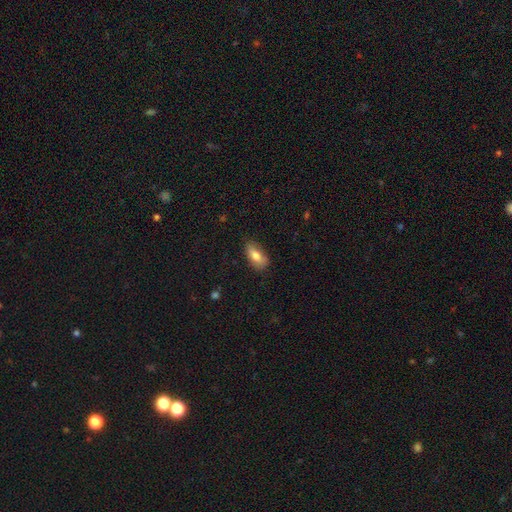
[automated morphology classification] Q: Smooth or featured?
A: smooth (78%); runner-up: featured or disk (15%)
Q: How rounded?
A: in between (85%); runner-up: cigar-shaped (12%)
Q: Merging?
A: none (78%); runner-up: minor disturbance (18%)